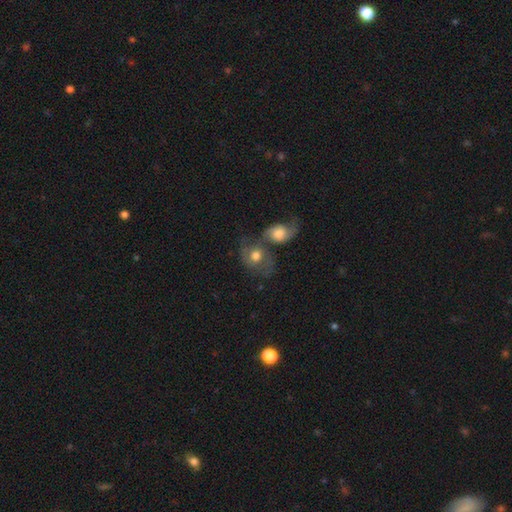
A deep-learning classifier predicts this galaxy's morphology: Smooth or featured?
  - smooth: 47% *
  - featured or disk: 45%
  - star or artifact: 8%
Merging?
  - merger: 59% *
  - none: 22%
  - minor disturbance: 10%
  - major disturbance: 8%